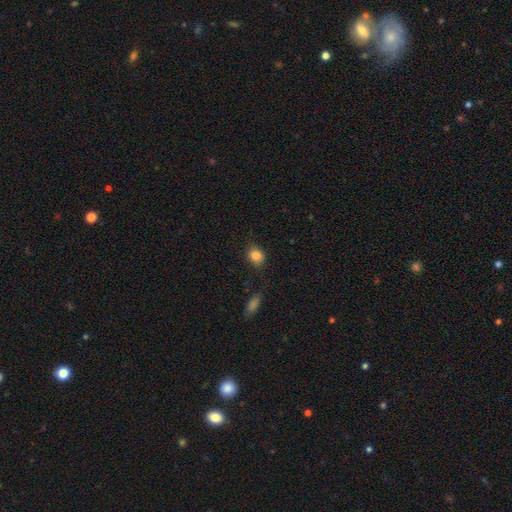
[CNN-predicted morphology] This is clearly a smooth galaxy (83%). How rounded: possibly round (55%). Merging: likely none (77%).